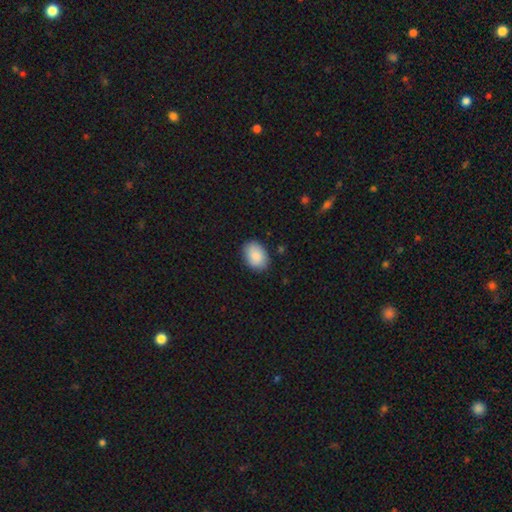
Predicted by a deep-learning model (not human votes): Overall: smooth (88%). How rounded: in between (82%). Merging: none (85%).